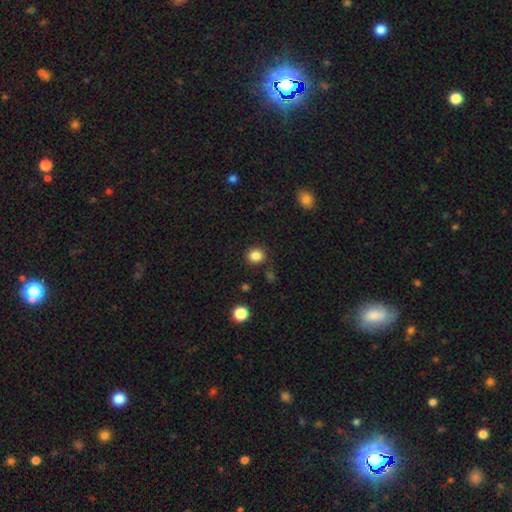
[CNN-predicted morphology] Smooth or featured?
  - smooth: 85% *
  - star or artifact: 11%
  - featured or disk: 4%
How rounded?
  - round: 86% *
  - in between: 13%
  - cigar-shaped: 1%
Merging?
  - none: 87% *
  - minor disturbance: 8%
  - major disturbance: 3%
  - merger: 2%